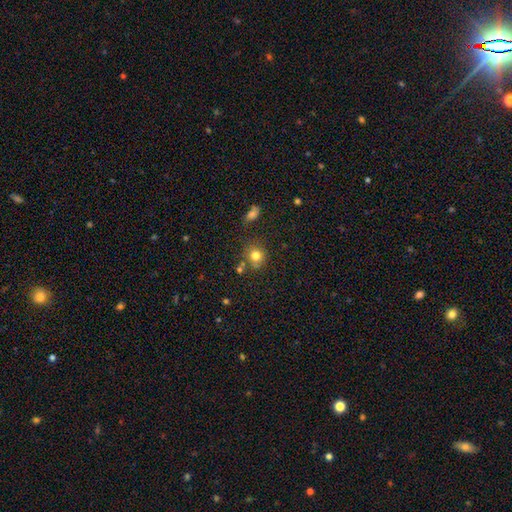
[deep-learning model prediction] Smooth or featured? smooth (78%)
How rounded? round (85%)
Merging? none (73%)